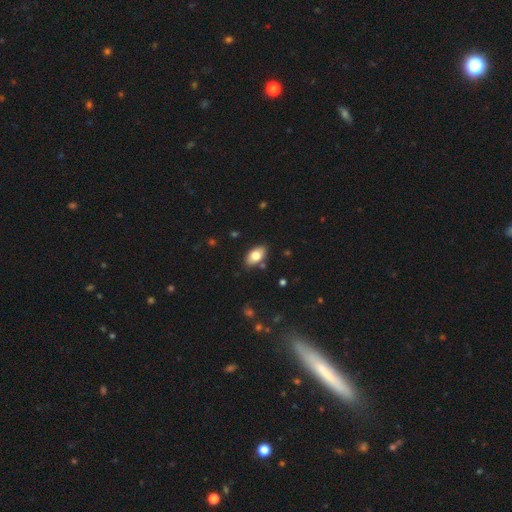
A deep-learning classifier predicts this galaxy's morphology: The model was most divided on "smooth or featured": smooth: 77%, featured or disk: 15%, star or artifact: 7%. More confident: how rounded — in between (92%); merging — none (82%).